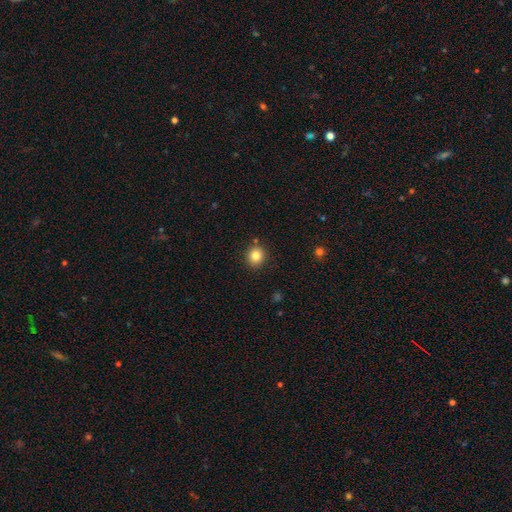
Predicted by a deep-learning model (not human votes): A smooth galaxy with no disk features (83%) that is round (86%).

Vote fractions:
- Smooth or featured? smooth: 83% / star or artifact: 11% / featured or disk: 6%
- How rounded? round: 86% / in between: 13% / cigar-shaped: 1%
- Merging? none: 88% / minor disturbance: 7% / merger: 3% / major disturbance: 2%